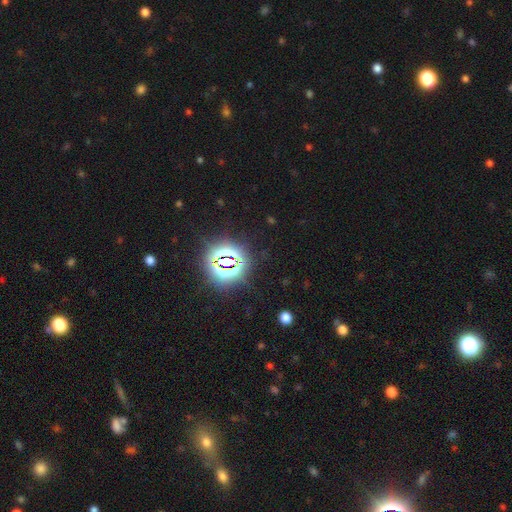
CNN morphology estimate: smooth_or_featured: star or artifact (p=0.81) [alt: smooth p=0.13]